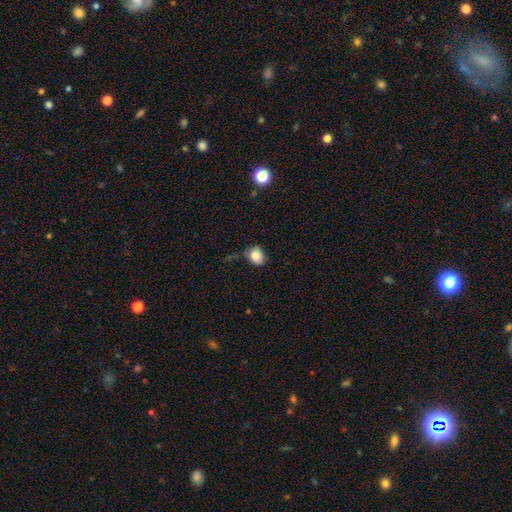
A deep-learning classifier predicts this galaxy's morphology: Smooth or featured: smooth — 83% (star or artifact — 9%)
How rounded: round — 53% (in between — 46%)
Merging: none — 60% (minor disturbance — 28%)